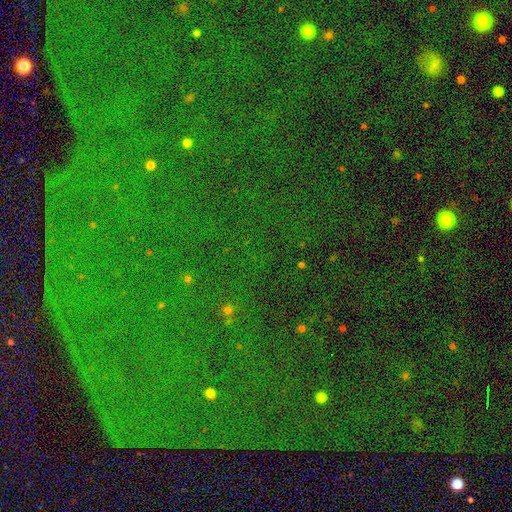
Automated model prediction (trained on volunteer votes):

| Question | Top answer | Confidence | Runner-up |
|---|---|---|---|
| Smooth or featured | star or artifact | 84% | smooth (8%) |